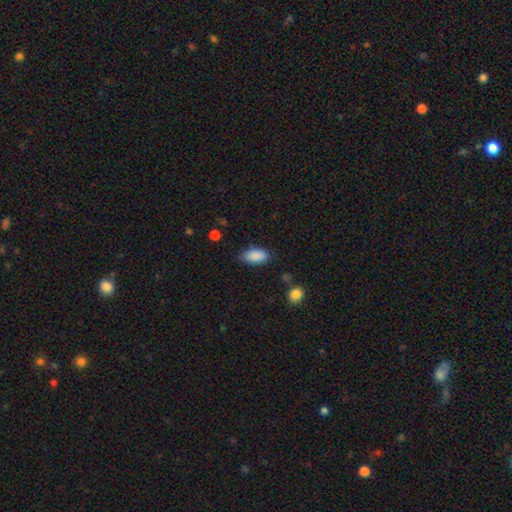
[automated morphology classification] Smooth or featured? smooth (89%)
How rounded? in between (92%)
Merging? none (78%)